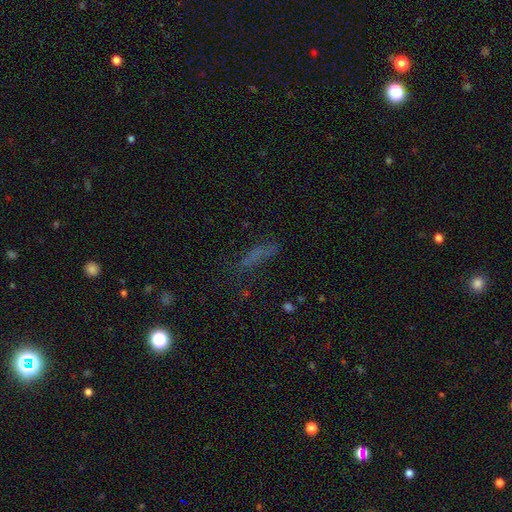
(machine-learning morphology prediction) This is possibly a smooth galaxy (52%). How rounded: likely cigar-shaped (66%). Merging: possibly none (58%).